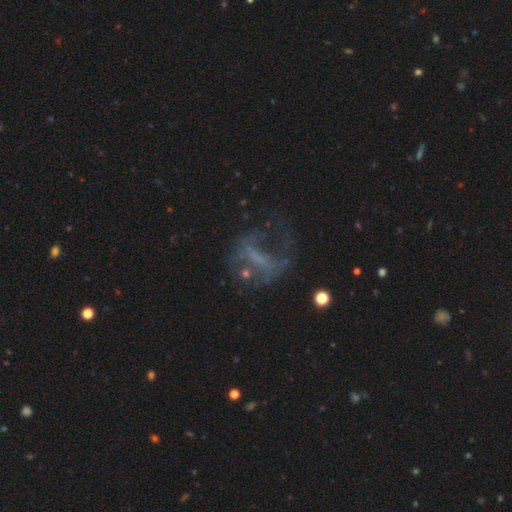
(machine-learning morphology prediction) Smooth or featured?
  - featured or disk: 51% *
  - star or artifact: 26%
  - smooth: 23%
Edge-on disk?
  - no: 92% *
  - yes: 8%
Merging?
  - major disturbance: 41% *
  - none: 38%
  - minor disturbance: 16%
  - merger: 5%